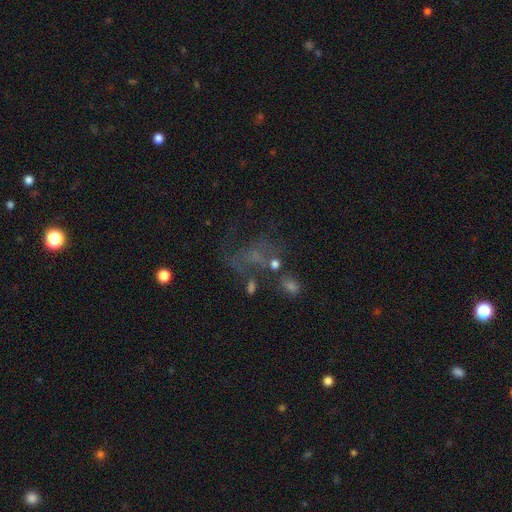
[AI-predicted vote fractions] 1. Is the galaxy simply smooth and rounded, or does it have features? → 43% featured or disk, 31% star or artifact, 26% smooth.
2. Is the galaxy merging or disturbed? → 36% major disturbance (tied), 36% none (tied), 17% minor disturbance, 11% merger.